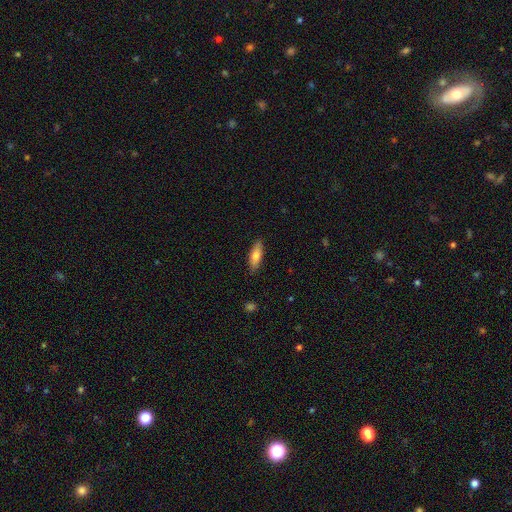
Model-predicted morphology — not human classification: A smooth galaxy with no disk features (73%) that is in between round and cigar-shaped (57%). Merging: none (86%).